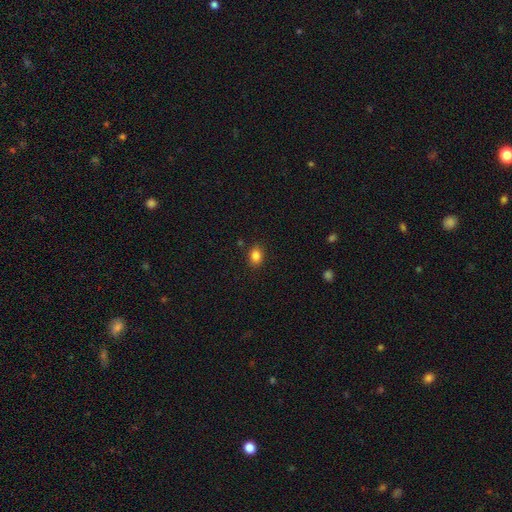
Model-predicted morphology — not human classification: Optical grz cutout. It shows a smooth galaxy with no disk features (84%) that is in between round and cigar-shaped (66%). Merging: none (86%).